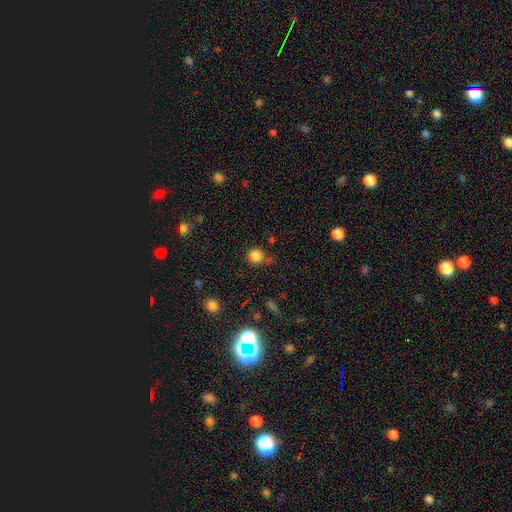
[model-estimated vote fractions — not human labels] Morphology: type=smooth (83%); roundness=round (92%); merging=none (73%).